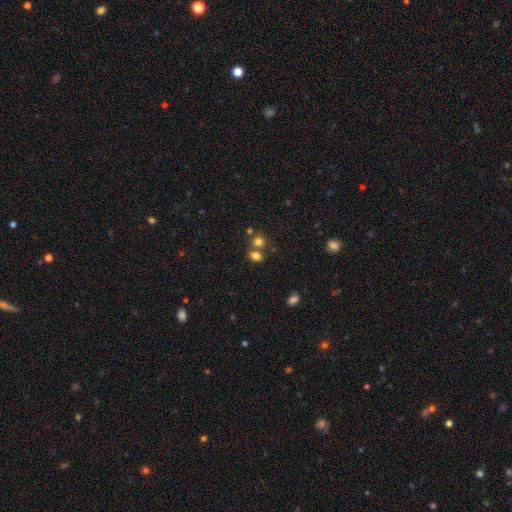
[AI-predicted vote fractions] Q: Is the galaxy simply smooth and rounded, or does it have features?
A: smooth — 77%.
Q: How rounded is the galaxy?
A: in between — 51%.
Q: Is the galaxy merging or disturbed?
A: none — 53%.